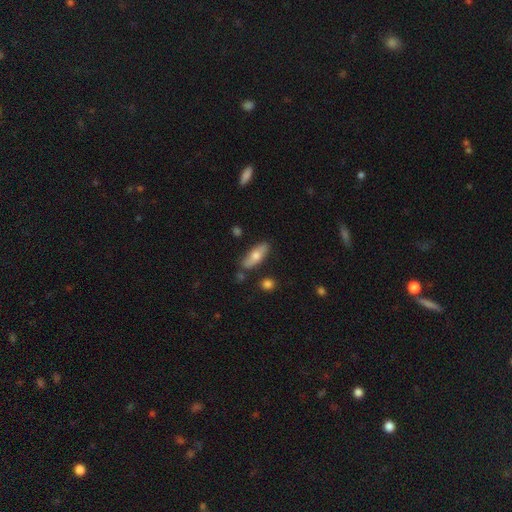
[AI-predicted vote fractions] Smooth or featured? smooth (64%)
How rounded? in between (67%)
Merging? none (77%)